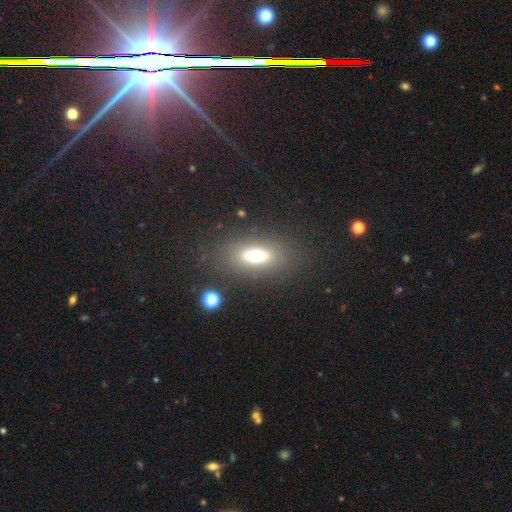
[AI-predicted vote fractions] Overall: smooth (61%; featured or disk 26%). How rounded: in between (72%). Merging: none (82%).